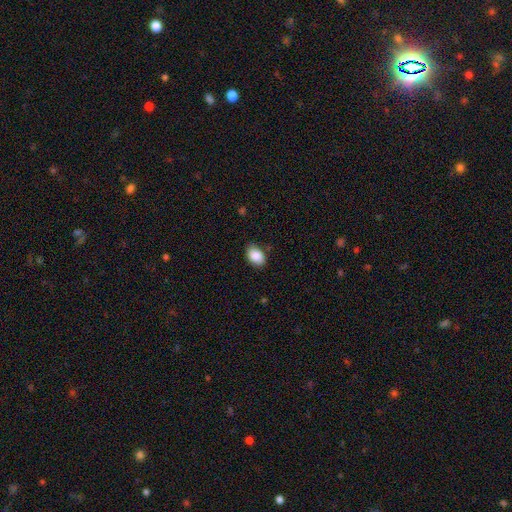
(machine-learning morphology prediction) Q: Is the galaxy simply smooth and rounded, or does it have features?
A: smooth — 87%.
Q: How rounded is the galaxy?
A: in between — 83%.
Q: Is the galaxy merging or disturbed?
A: none — 80%.